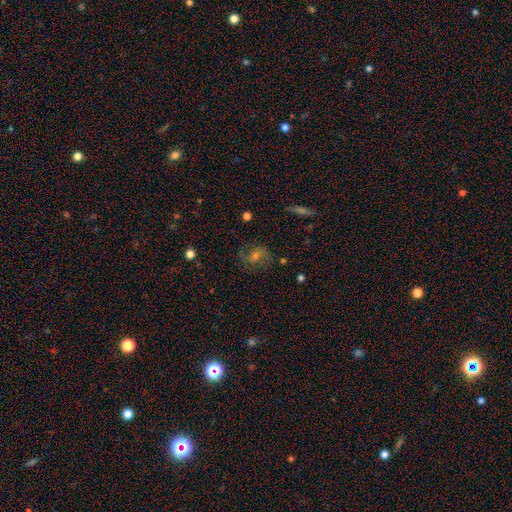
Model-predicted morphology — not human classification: The model was most divided on "bar": weak: 44%, no: 43%, strong: 13%. Remaining: edge-on disk — no (95%); spiral arms — yes (85%); merging — none (77%); smooth or featured — featured or disk (55%); bulge size — moderate (49%).